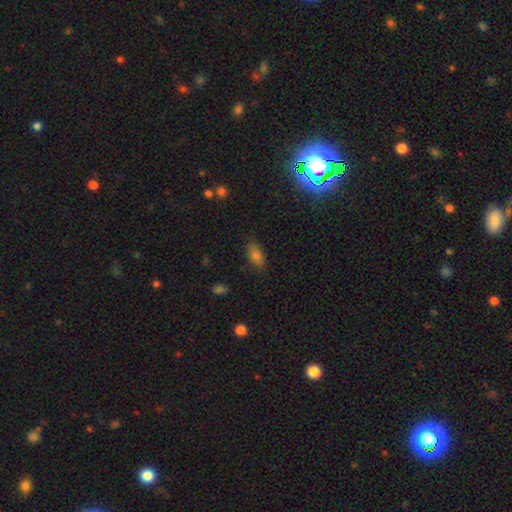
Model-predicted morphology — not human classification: smooth 74%, star or artifact 17%, featured or disk 9%. Down the decision tree: how rounded — in between (89%); merging — none (80%).